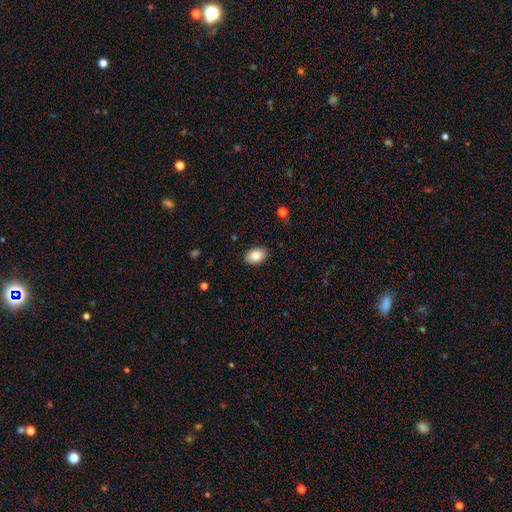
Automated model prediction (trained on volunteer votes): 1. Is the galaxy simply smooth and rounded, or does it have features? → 87% smooth, 7% star or artifact, 5% featured or disk.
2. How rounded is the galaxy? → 79% in between, 20% round, 1% cigar-shaped.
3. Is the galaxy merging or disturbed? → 87% none, 10% minor disturbance, 2% major disturbance, 1% merger.